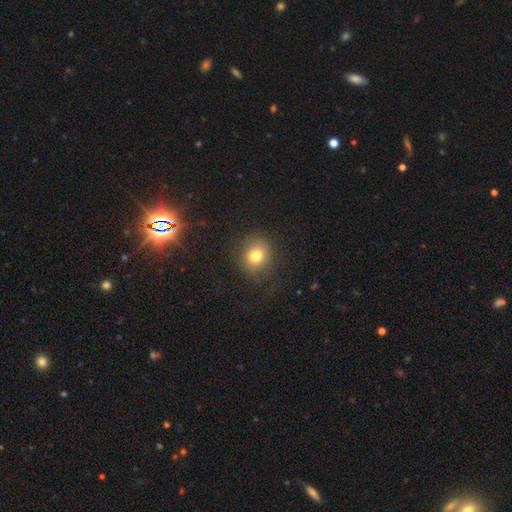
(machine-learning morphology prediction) A smooth galaxy with no disk features (75%) that is round (82%).

Vote fractions:
- Smooth or featured? smooth: 75% / star or artifact: 14% / featured or disk: 11%
- How rounded? round: 82% / in between: 17% / cigar-shaped: 1%
- Merging? none: 80% / minor disturbance: 12% / major disturbance: 7% / merger: 1%